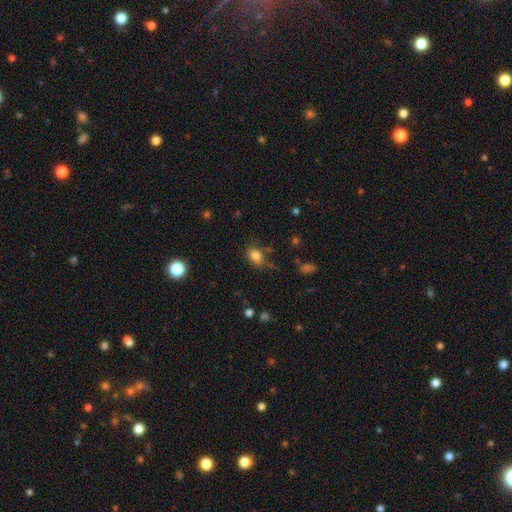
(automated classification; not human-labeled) Smooth or featured? Predicted: smooth (p=0.82). How rounded? Predicted: in between (p=0.71). Merging? Predicted: none (p=0.69).